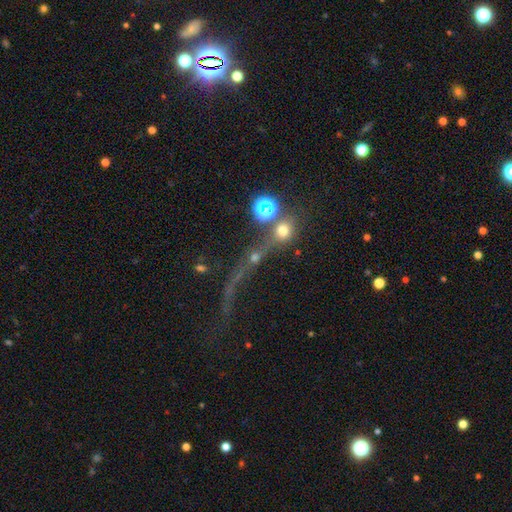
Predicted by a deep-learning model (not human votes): This is marginally a star or artifact rather than a galaxy (41%).